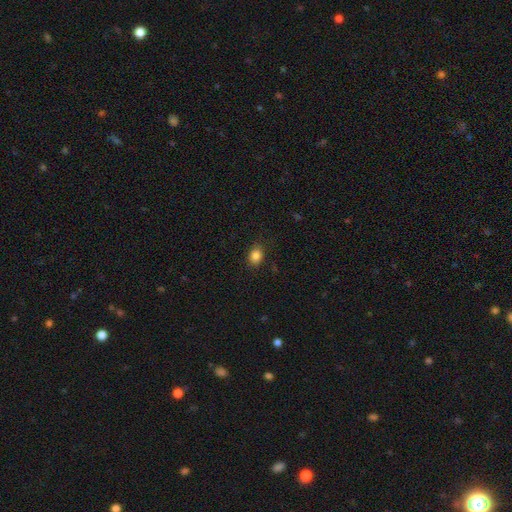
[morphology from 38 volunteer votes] A smooth galaxy with no disk features (87%) that is in between round and cigar-shaped (58%).

Vote fractions:
- Smooth or featured? smooth: 87% / featured or disk: 8% / star or artifact: 5%
- How rounded? in between: 58% / round: 42% / cigar-shaped: 0%
- Merging? none: 69% / minor disturbance: 22% / major disturbance: 8% / merger: 0%